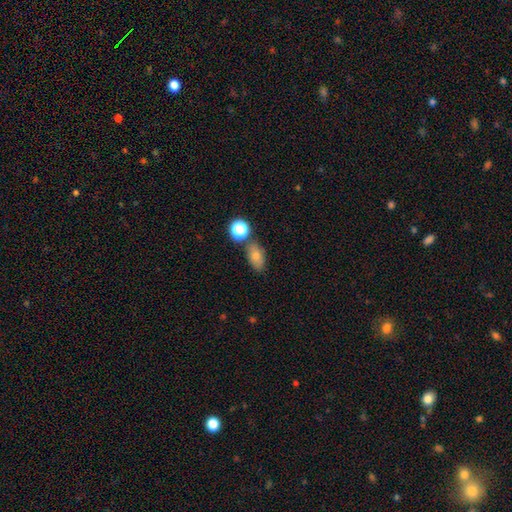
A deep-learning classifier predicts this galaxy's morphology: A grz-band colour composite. It shows a smooth galaxy with no disk features (77%) that is in between round and cigar-shaped (83%). Merging: none (70%).